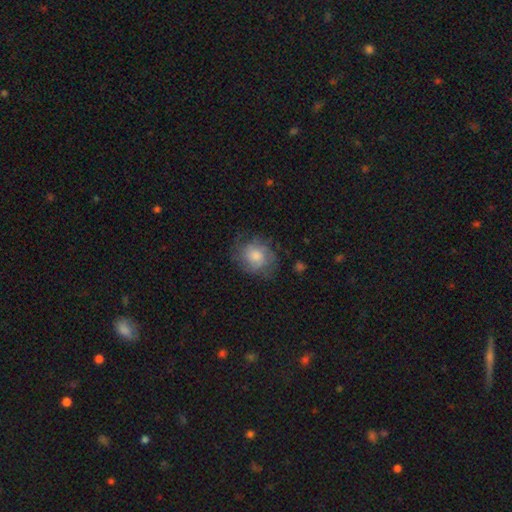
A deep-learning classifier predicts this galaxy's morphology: Smooth or featured: smooth — 54% (featured or disk — 37%)
How rounded: round — 72% (in between — 27%)
Merging: none — 69% (minor disturbance — 20%)